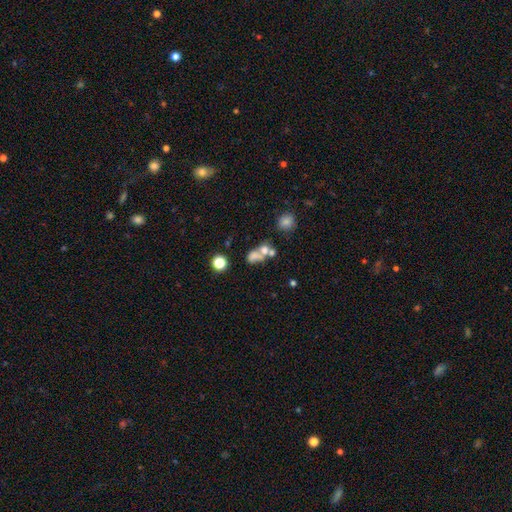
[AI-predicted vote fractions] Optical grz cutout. It shows a smooth galaxy with no disk features (56%) that is in between round and cigar-shaped (60%). Merging: merger (50%).